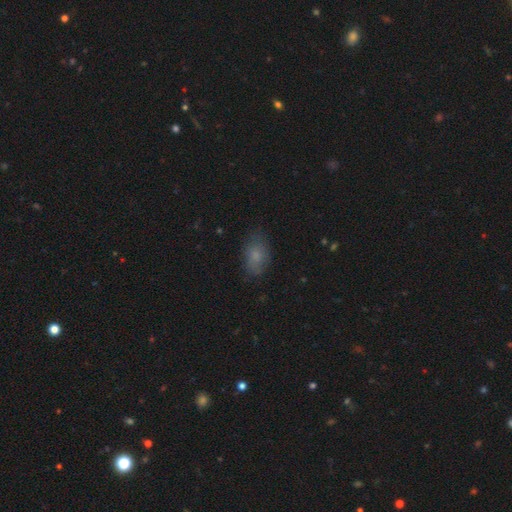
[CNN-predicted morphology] Overall: smooth (78%). How rounded: in between (87%). Merging: none (74%).